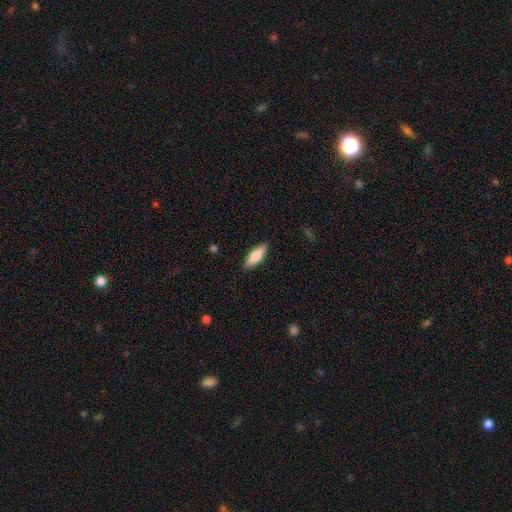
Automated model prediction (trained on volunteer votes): Q: Smooth or featured?
A: smooth (76%); runner-up: featured or disk (18%)
Q: How rounded?
A: in between (64%); runner-up: cigar-shaped (34%)
Q: Merging?
A: none (88%); runner-up: minor disturbance (9%)